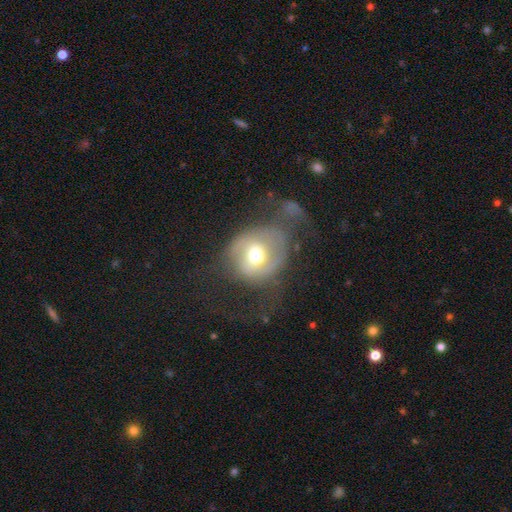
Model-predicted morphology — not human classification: featured or disk 51%, smooth 40%, star or artifact 9%. Down the decision tree: edge-on disk — no (96%); merging — major disturbance (40%).